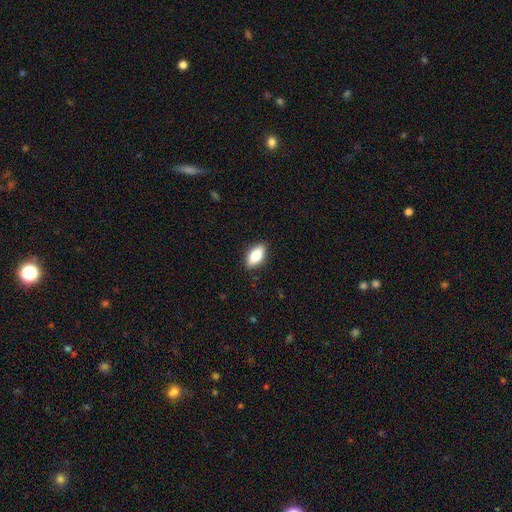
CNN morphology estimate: Smooth or featured? Predicted: smooth (p=0.78). How rounded? Predicted: in between (p=0.88). Merging? Predicted: none (p=0.88).